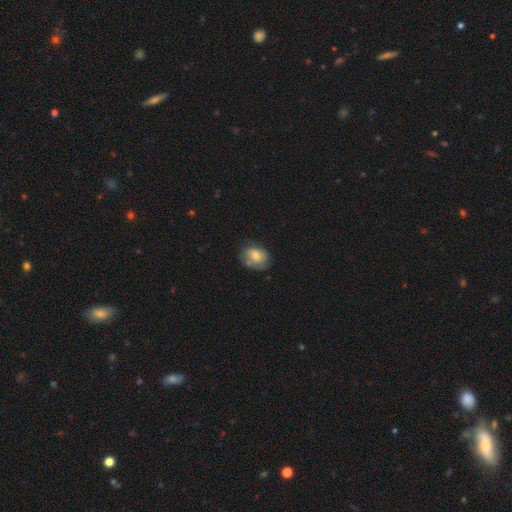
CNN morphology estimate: A smooth galaxy with no disk features (64%) that is in between round and cigar-shaped (59%).

Vote fractions:
- Smooth or featured? smooth: 64% / featured or disk: 27% / star or artifact: 8%
- How rounded? in between: 59% / round: 40% / cigar-shaped: 1%
- Merging? none: 61% / minor disturbance: 28% / major disturbance: 10% / merger: 2%